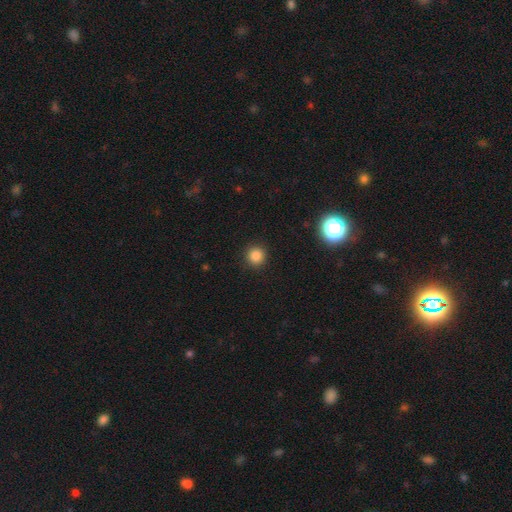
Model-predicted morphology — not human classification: This appears to be a smooth galaxy with no disk features (83%) that is round (94%). Merging: none (92%).